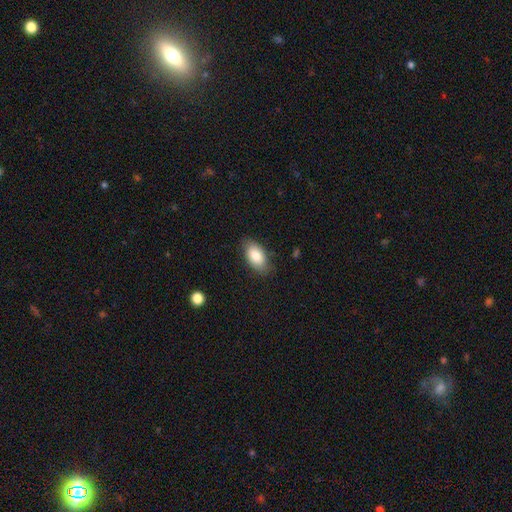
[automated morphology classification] A smooth galaxy with no disk features (80%) that is in between round and cigar-shaped (93%).

Vote fractions:
- Smooth or featured? smooth: 80% / featured or disk: 13% / star or artifact: 7%
- How rounded? in between: 93% / round: 5% / cigar-shaped: 2%
- Merging? none: 80% / minor disturbance: 16% / major disturbance: 3% / merger: 1%